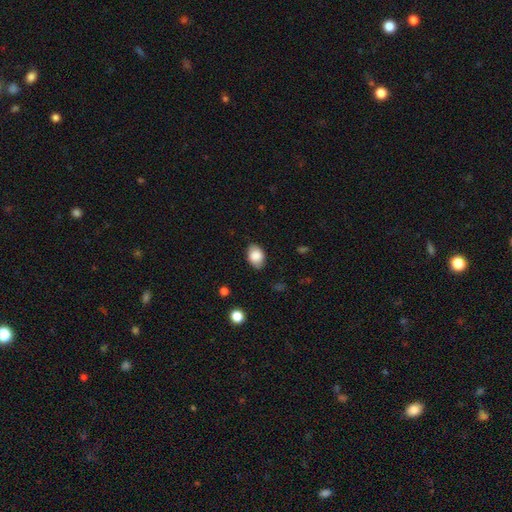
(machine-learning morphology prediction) This is clearly a smooth galaxy (85%). How rounded: clearly in between (82%). Merging: clearly none (81%).